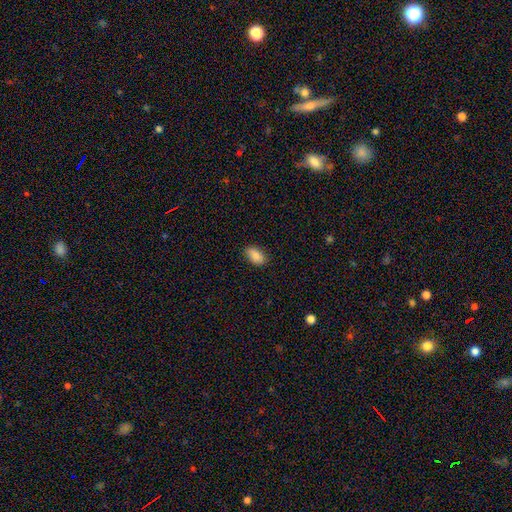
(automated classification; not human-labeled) The model was most divided on "merging": none: 86%, minor disturbance: 11%, major disturbance: 2%, merger: 1%. More confident: how rounded — in between (92%); smooth or featured — smooth (85%).